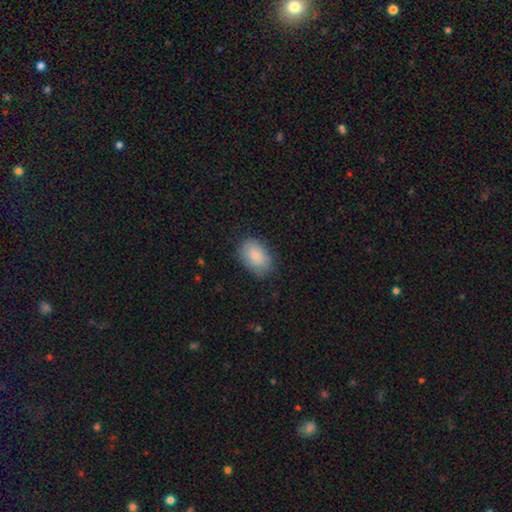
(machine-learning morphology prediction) Smooth or featured: smooth — 84% (featured or disk — 9%)
How rounded: in between — 86% (round — 13%)
Merging: none — 78% (minor disturbance — 17%)